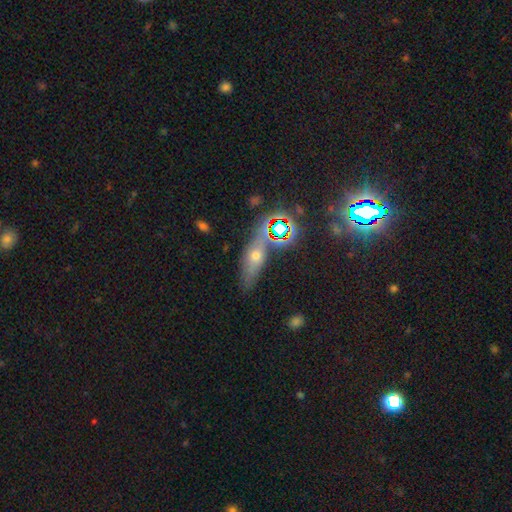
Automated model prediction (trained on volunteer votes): Smooth or featured? Predicted: smooth (p=0.40). Merging? Predicted: none (p=0.68).